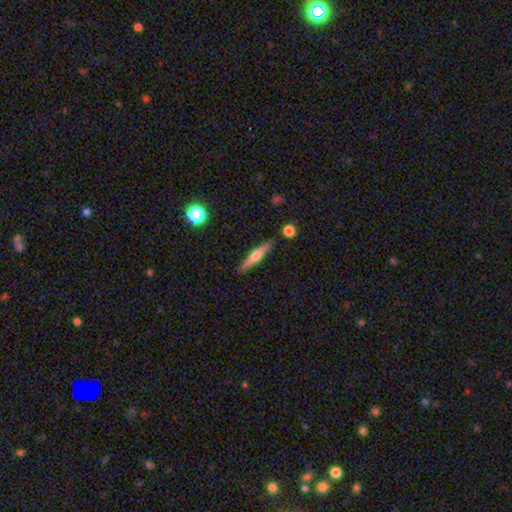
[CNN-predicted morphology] Smooth or featured? featured or disk (61%)
Edge-on disk? yes (97%)
Edge-on bulge? rounded (87%)
Merging? none (87%)